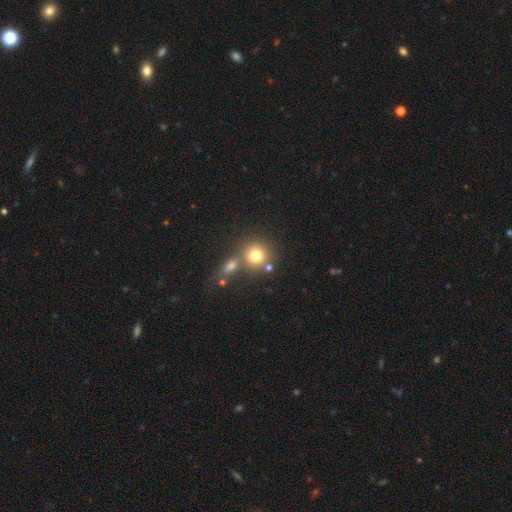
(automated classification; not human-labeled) Overall: smooth (76%). How rounded: round (89%). Merging: none (62%; merger 24%).